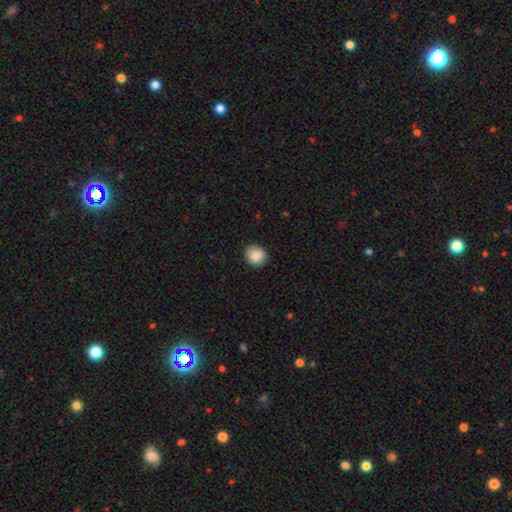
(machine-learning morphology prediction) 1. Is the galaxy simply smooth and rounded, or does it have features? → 86% smooth, 8% star or artifact, 5% featured or disk.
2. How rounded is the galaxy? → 85% round, 14% in between, 1% cigar-shaped.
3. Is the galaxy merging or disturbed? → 90% none, 8% minor disturbance, 2% major disturbance, 1% merger.